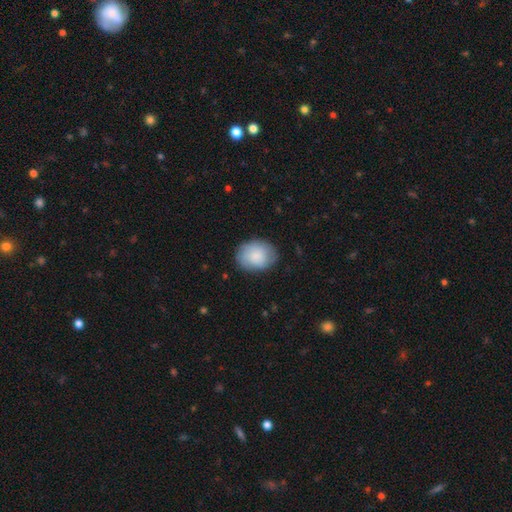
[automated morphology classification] Smooth or featured? Predicted: smooth (p=0.81). How rounded? Predicted: in between (p=0.58). Merging? Predicted: none (p=0.78).